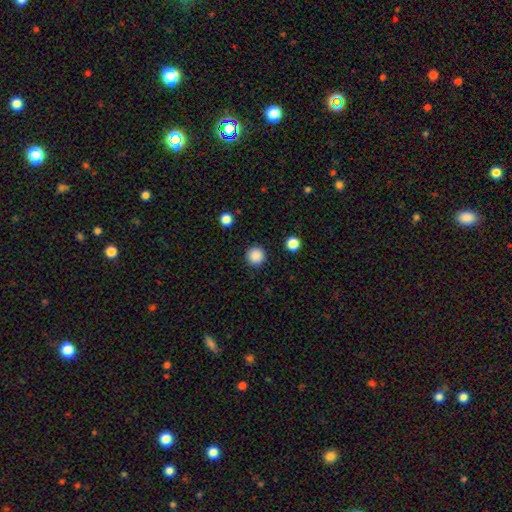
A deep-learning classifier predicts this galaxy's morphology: Overall: smooth (87%). How rounded: round (96%). Merging: none (92%).